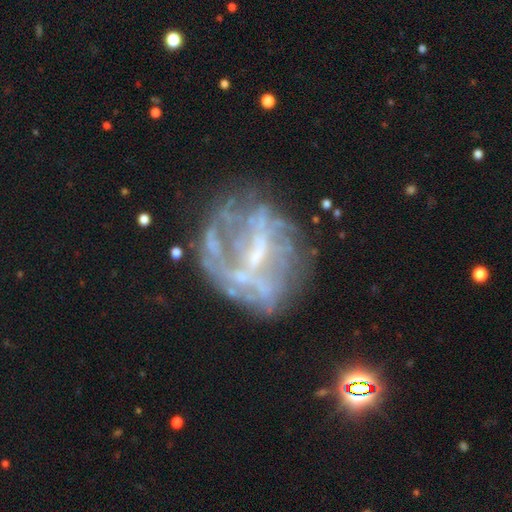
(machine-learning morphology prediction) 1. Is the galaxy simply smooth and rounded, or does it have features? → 75% featured or disk, 13% star or artifact, 13% smooth.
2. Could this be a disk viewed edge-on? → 97% no, 3% yes.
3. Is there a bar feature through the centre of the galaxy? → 42% weak, 36% no, 22% strong.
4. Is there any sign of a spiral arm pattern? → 58% no, 42% yes.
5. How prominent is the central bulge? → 41% none, 34% small, 22% moderate, 2% large, 1% dominant.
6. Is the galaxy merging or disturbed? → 51% none, 25% major disturbance, 19% minor disturbance, 5% merger.